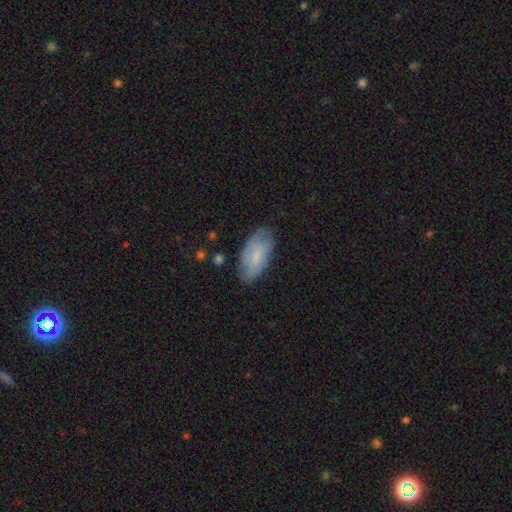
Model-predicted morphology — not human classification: The model was most divided on "smooth or featured": smooth: 59%, featured or disk: 34%, star or artifact: 7%. More confident: how rounded — in between (92%); merging — none (73%).